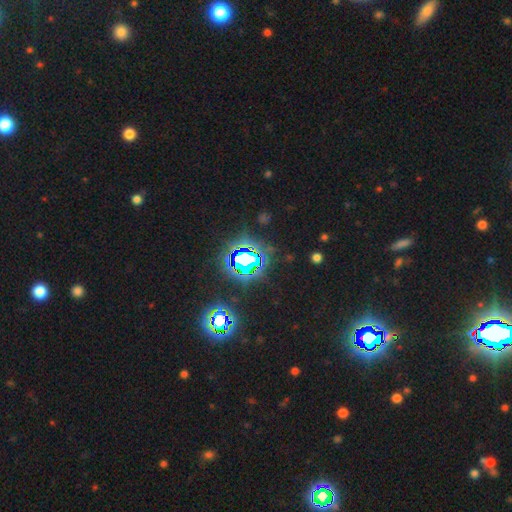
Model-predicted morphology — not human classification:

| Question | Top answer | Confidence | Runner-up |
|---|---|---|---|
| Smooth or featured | star or artifact | 83% | smooth (11%) |